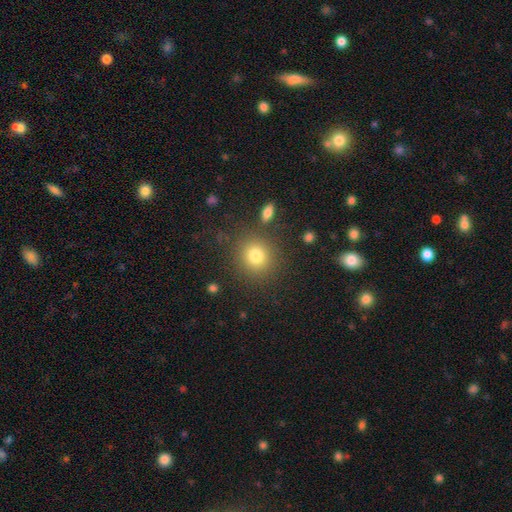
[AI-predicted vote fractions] Morphology: type=smooth (80%); roundness=round (86%); merging=none (85%).